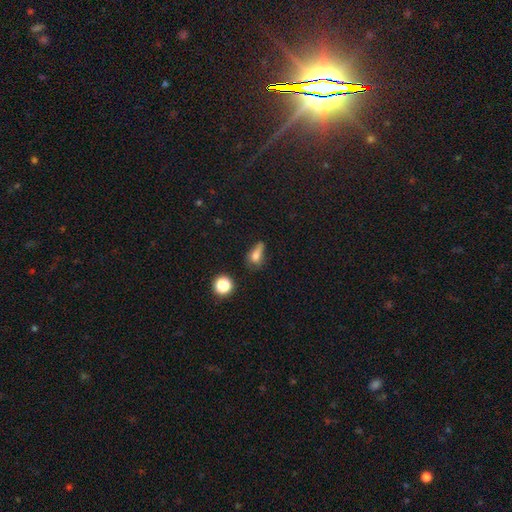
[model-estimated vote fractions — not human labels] Smooth or featured?
  - smooth: 68% *
  - featured or disk: 17%
  - star or artifact: 15%
How rounded?
  - in between: 63% *
  - round: 27%
  - cigar-shaped: 11%
Merging?
  - minor disturbance: 33% * (tied)
  - none: 33% * (tied)
  - major disturbance: 26%
  - merger: 8%